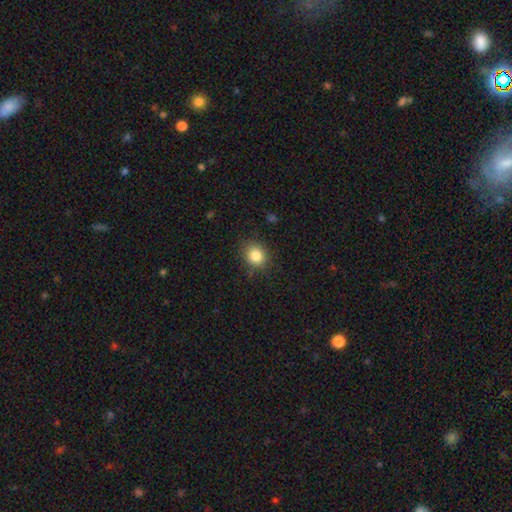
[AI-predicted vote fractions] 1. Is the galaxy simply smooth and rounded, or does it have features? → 83% smooth, 11% star or artifact, 6% featured or disk.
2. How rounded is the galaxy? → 72% round, 27% in between, 1% cigar-shaped.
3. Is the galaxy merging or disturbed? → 85% none, 11% minor disturbance, 3% major disturbance, 1% merger.